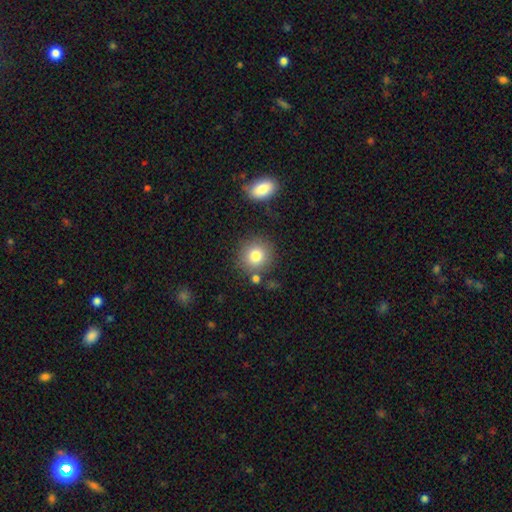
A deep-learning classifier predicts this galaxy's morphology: Overall: smooth (81%). How rounded: round (88%). Merging: none (79%).